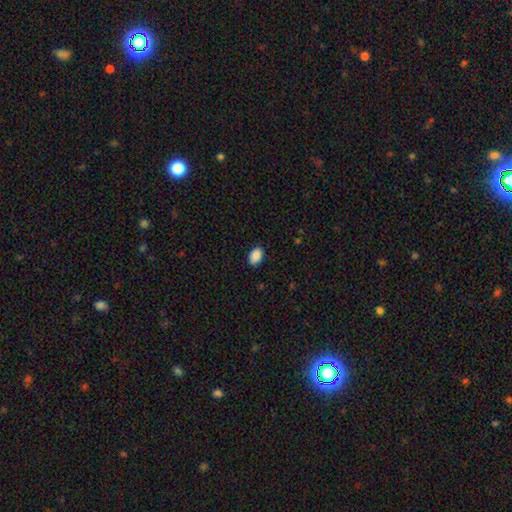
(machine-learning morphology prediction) smooth 90%, star or artifact 7%, featured or disk 2%. Down the decision tree: how rounded — in between (88%); merging — none (88%).